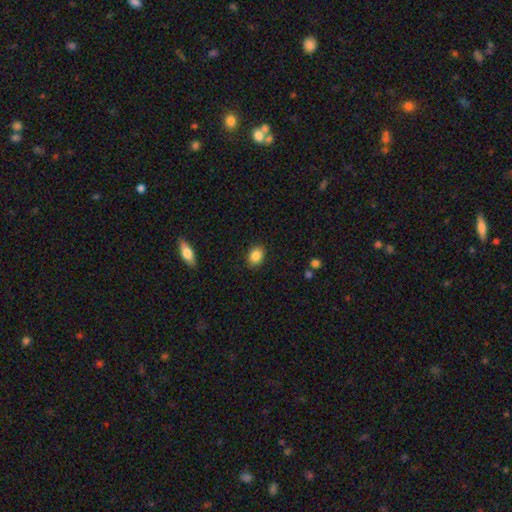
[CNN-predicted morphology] smooth-or-featured: smooth: 86% | star or artifact: 8% | featured or disk: 5%
  how-rounded: in between: 62% | round: 37% | cigar-shaped: 1%
  merging: none: 88% | minor disturbance: 9% | major disturbance: 2% | merger: 1%